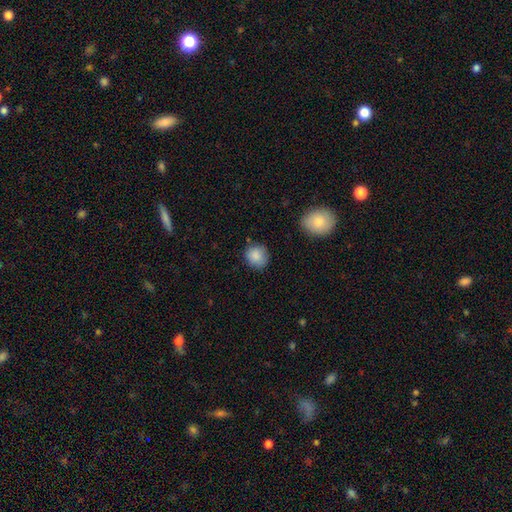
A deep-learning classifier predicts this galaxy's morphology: A smooth galaxy with no disk features (87%) that is round (85%). Merging: none (79%).